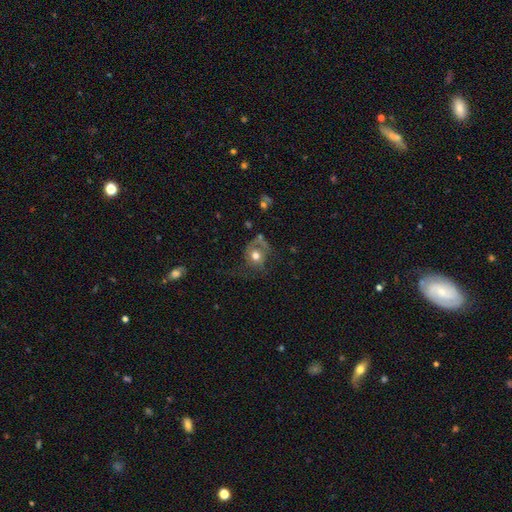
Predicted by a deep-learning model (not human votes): smooth 50%, featured or disk 40%, star or artifact 10%. Down the decision tree: merging — major disturbance (37%, tied with none).